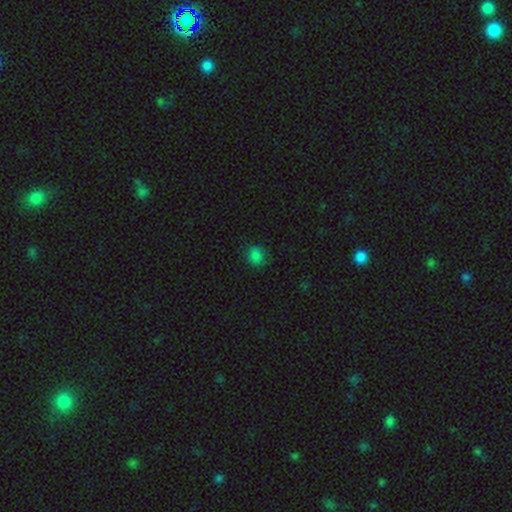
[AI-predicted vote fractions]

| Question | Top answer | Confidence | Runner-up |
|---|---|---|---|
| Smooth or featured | smooth | 81% | star or artifact (15%) |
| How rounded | round | 64% | in between (35%) |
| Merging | none | 82% | minor disturbance (13%) |